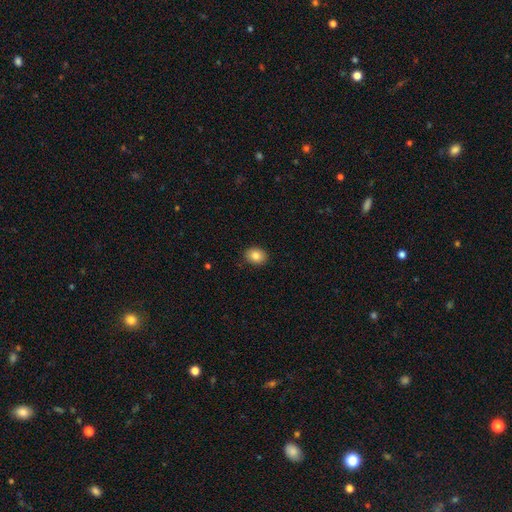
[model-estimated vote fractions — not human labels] Overall: smooth (84%). How rounded: in between (58%; round 41%). Merging: none (89%).